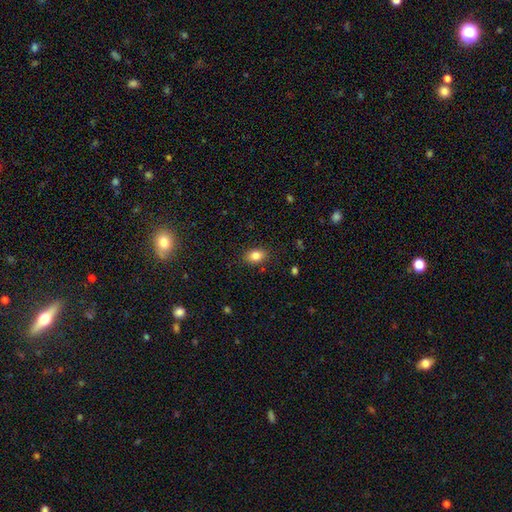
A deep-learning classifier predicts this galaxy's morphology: Smooth or featured?
  - smooth: 84% *
  - star or artifact: 9%
  - featured or disk: 7%
How rounded?
  - in between: 79% *
  - round: 19%
  - cigar-shaped: 1%
Merging?
  - none: 86% *
  - minor disturbance: 10%
  - major disturbance: 3%
  - merger: 1%